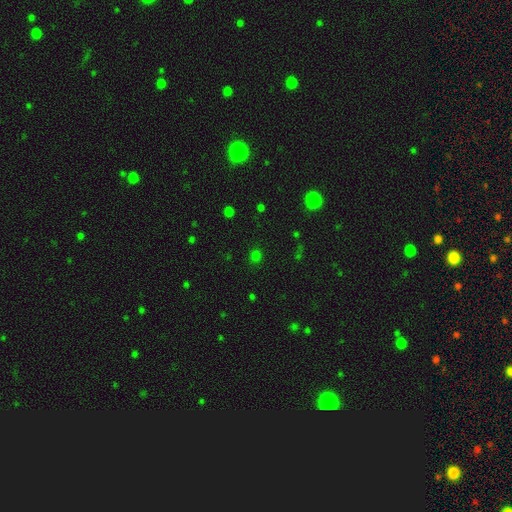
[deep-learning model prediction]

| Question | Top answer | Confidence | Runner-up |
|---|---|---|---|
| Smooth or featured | smooth | 69% | star or artifact (27%) |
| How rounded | round | 81% | in between (18%) |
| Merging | none | 86% | minor disturbance (9%) |